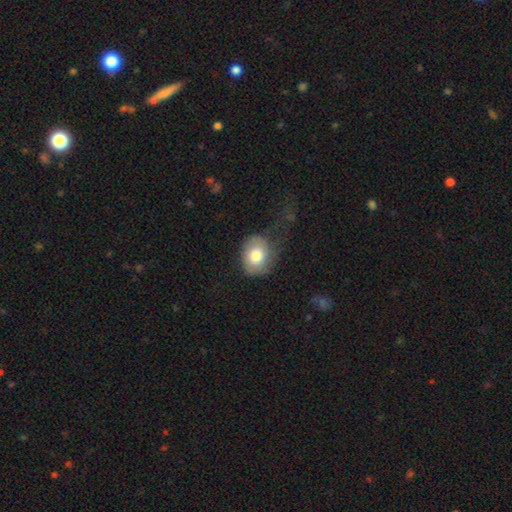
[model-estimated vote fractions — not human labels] Q: Smooth or featured?
A: smooth (75%); runner-up: featured or disk (17%)
Q: How rounded?
A: round (55%); runner-up: in between (44%)
Q: Merging?
A: none (47%); runner-up: minor disturbance (28%)